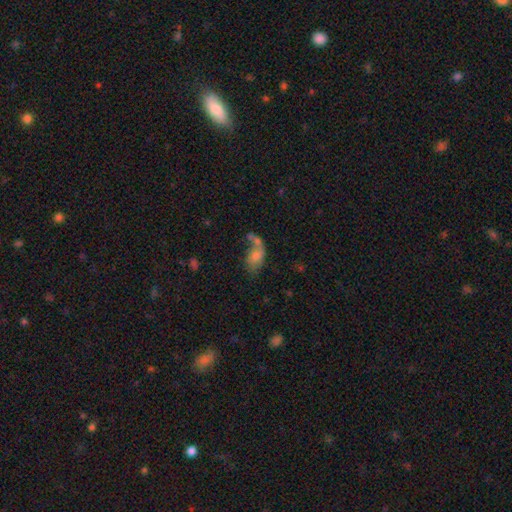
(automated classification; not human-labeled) smooth-or-featured: smooth: 58% | featured or disk: 30% | star or artifact: 12%
  how-rounded: in between: 86% | round: 11% | cigar-shaped: 3%
  merging: merger: 38% | none: 28% | major disturbance: 19% | minor disturbance: 15%